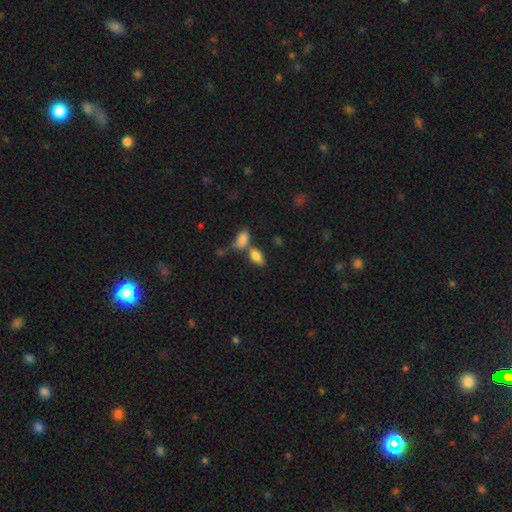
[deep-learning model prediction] Smooth or featured?
  - smooth: 84% *
  - star or artifact: 8%
  - featured or disk: 8%
How rounded?
  - in between: 91% *
  - round: 5%
  - cigar-shaped: 4%
Merging?
  - none: 45% *
  - merger: 38%
  - minor disturbance: 12%
  - major disturbance: 5%